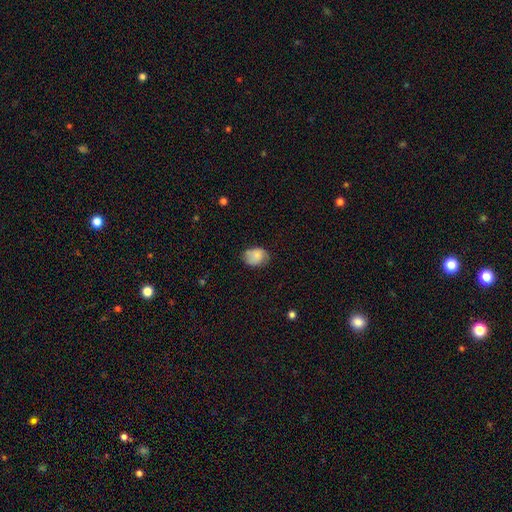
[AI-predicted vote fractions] This appears to be a smooth galaxy with no disk features (82%) that is in between round and cigar-shaped (62%). Merging: none (64%).